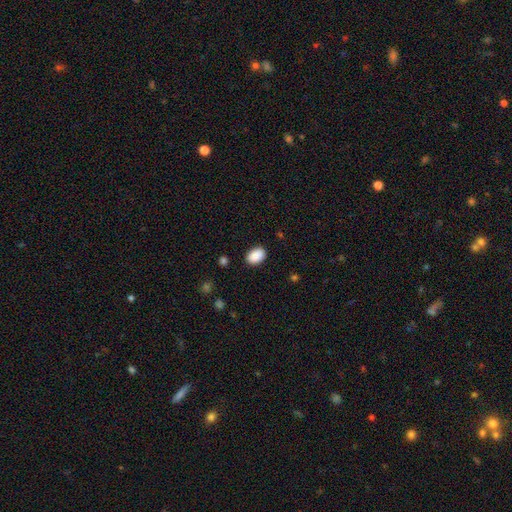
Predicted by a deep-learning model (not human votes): A smooth galaxy with no disk features (90%) that is in between round and cigar-shaped (88%). Merging: none (87%).